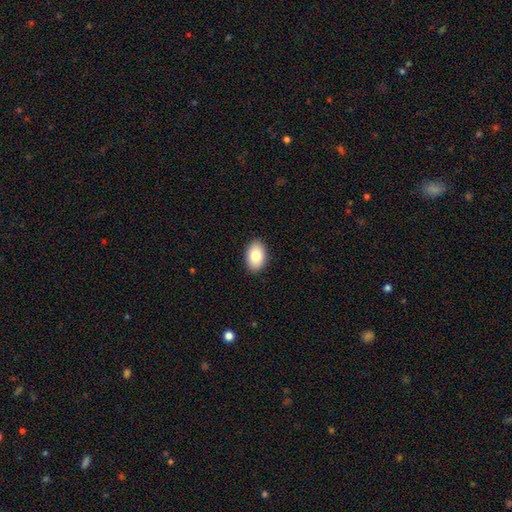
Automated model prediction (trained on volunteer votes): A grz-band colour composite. It shows a smooth galaxy with no disk features (83%) that is in between round and cigar-shaped (88%). Merging: none (90%).